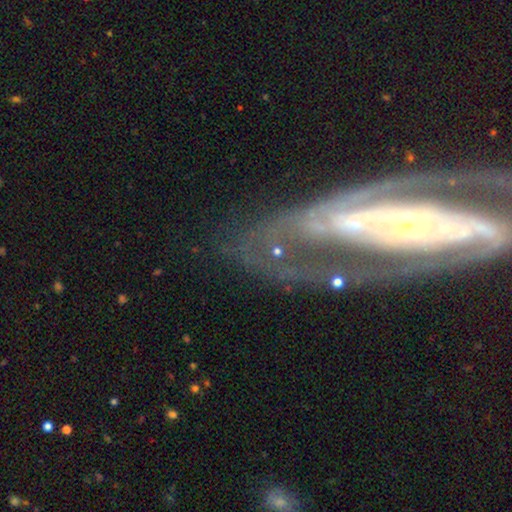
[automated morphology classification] smooth_or_featured: featured or disk (p=0.79) [alt: smooth p=0.12]
disk_edge_on: no (p=0.88) [alt: yes p=0.12]
bar: no (p=0.40) [alt: strong p=0.31]
has_spiral_arms: yes (p=0.83) [alt: no p=0.17]
spiral_winding: tight (p=0.41) [alt: medium p=0.39]
spiral_arm_count: 2 (p=0.58) [alt: can't tell p=0.20]
bulge_size: small (p=0.55) [alt: moderate p=0.30]
merging: none (p=0.54) [alt: major disturbance p=0.23]